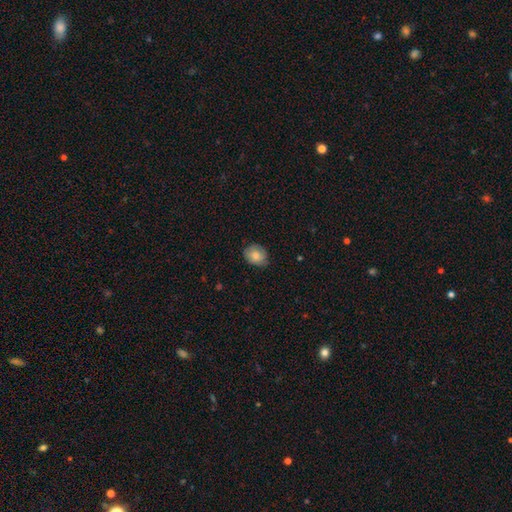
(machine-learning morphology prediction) type=smooth (79%); roundness=round (50%); merging=none (75%).